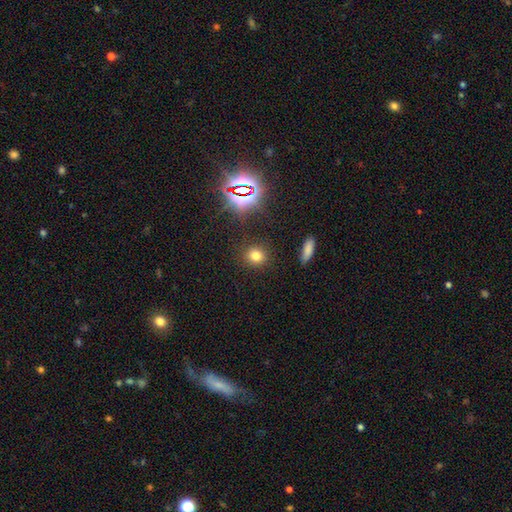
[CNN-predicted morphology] smooth 73%, star or artifact 20%, featured or disk 7%. Down the decision tree: how rounded — round (85%); merging — none (89%).